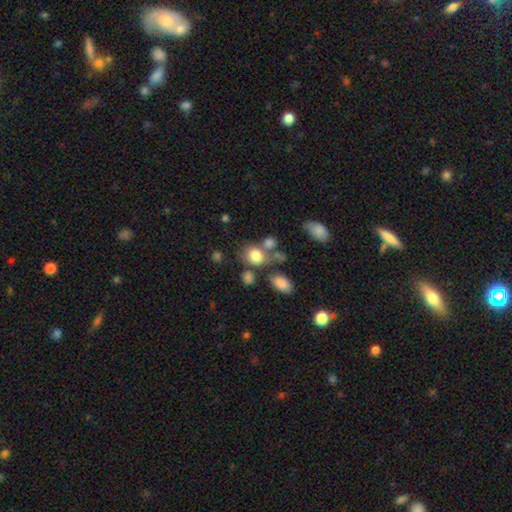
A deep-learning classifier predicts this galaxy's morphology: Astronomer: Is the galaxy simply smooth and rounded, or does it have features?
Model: smooth — 79%.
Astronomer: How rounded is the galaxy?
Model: round — 53% (runner-up: in between, 46%).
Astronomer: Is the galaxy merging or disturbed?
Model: none — 49% (runner-up: merger, 27%).